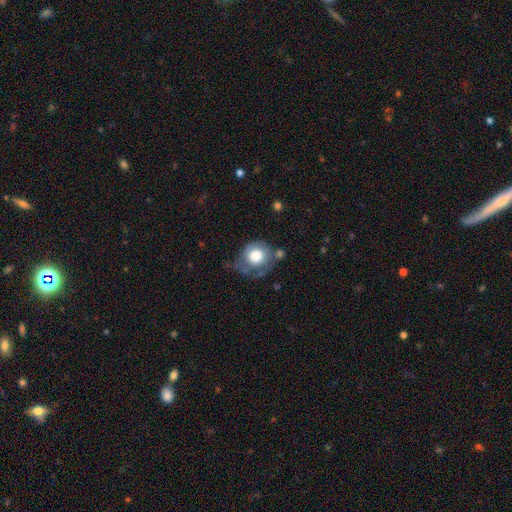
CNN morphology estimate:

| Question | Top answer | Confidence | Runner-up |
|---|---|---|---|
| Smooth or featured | smooth | 70% | featured or disk (23%) |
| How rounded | round | 81% | in between (18%) |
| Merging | none | 44% | minor disturbance (30%) |